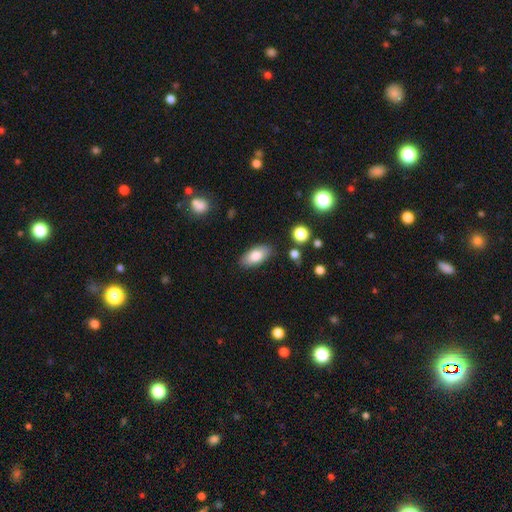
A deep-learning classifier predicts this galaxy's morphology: A smooth galaxy with no disk features (81%) that is in between round and cigar-shaped (89%). Merging: none (85%).